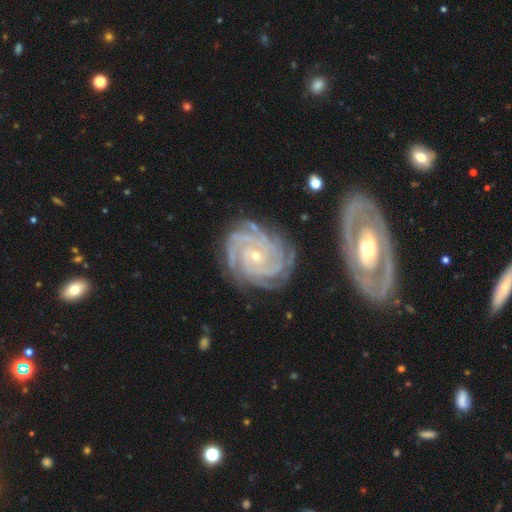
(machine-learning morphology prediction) Q: Smooth or featured?
A: featured or disk (91%); runner-up: star or artifact (5%)
Q: Edge-on disk?
A: no (97%); runner-up: yes (3%)
Q: Bar?
A: no (74%); runner-up: weak (18%)
Q: Spiral arms?
A: yes (98%); runner-up: no (2%)
Q: Spiral winding?
A: tight (82%); runner-up: medium (15%)
Q: Spiral arm count?
A: 4 (32%); runner-up: 3 (22%)
Q: Bulge size?
A: small (79%); runner-up: moderate (18%)
Q: Merging?
A: none (73%); runner-up: minor disturbance (17%)